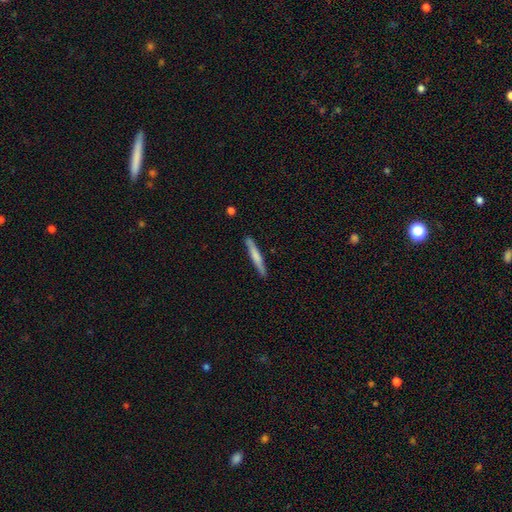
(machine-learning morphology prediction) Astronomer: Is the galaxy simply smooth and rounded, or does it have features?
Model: smooth — 63%.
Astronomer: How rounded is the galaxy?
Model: cigar-shaped — 96%.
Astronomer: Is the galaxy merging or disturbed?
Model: none — 88%.